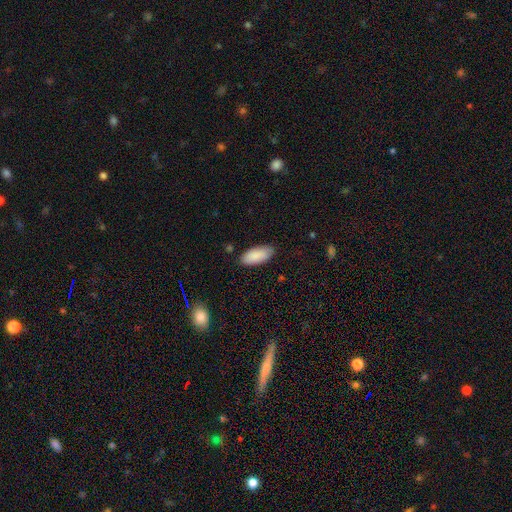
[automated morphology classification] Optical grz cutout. It shows a smooth galaxy with no disk features (88%) that is in between round and cigar-shaped (88%). Merging: none (84%).